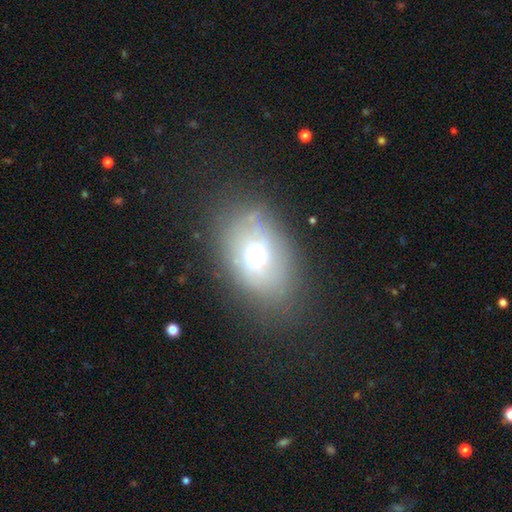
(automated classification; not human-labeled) A smooth galaxy with no disk features (52%) that is in between round and cigar-shaped (73%).

Vote fractions:
- Smooth or featured? smooth: 52% / featured or disk: 30% / star or artifact: 18%
- How rounded? in between: 73% / round: 26% / cigar-shaped: 2%
- Merging? none: 69% / minor disturbance: 18% / major disturbance: 11% / merger: 3%